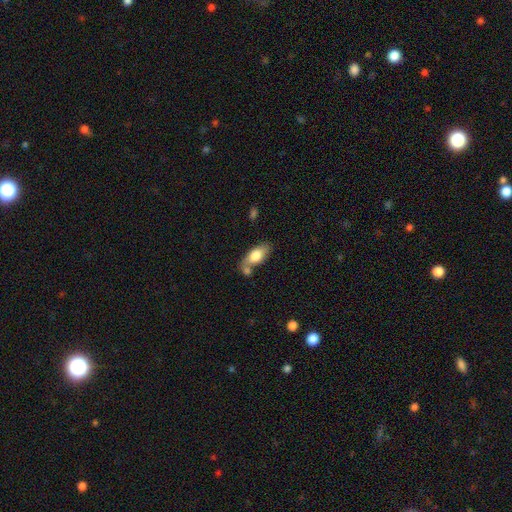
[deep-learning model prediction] Smooth or featured? smooth (74%)
How rounded? in between (85%)
Merging? none (54%)